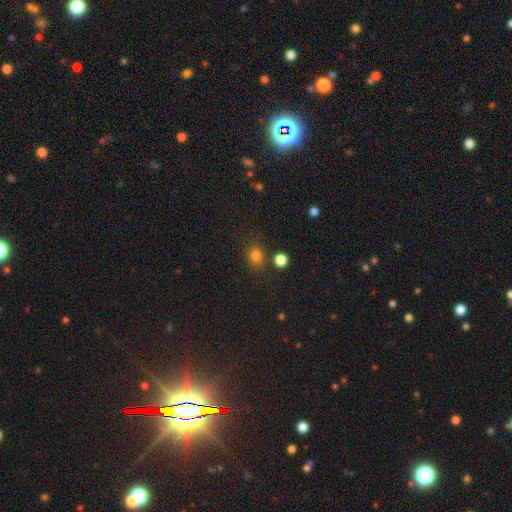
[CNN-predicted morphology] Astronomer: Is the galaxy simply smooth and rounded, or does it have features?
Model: smooth — 79%.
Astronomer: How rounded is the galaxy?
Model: round — 68%.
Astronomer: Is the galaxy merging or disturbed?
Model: none — 76%.